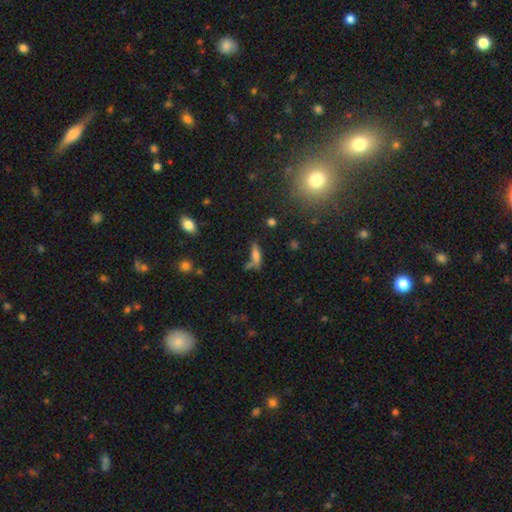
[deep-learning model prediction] This is likely a smooth galaxy (65%). How rounded: possibly cigar-shaped (57%). Merging: marginally none (44%).